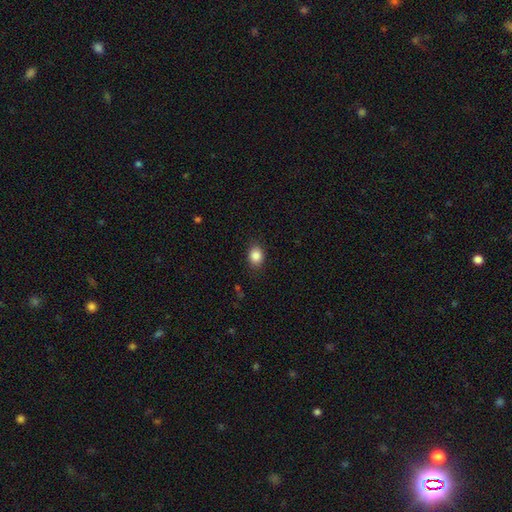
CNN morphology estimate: A smooth galaxy with no disk features (87%) that is in between round and cigar-shaped (53%).

Vote fractions:
- Smooth or featured? smooth: 87% / star or artifact: 9% / featured or disk: 4%
- How rounded? in between: 53% / round: 46% / cigar-shaped: 1%
- Merging? none: 85% / minor disturbance: 11% / major disturbance: 3% / merger: 1%